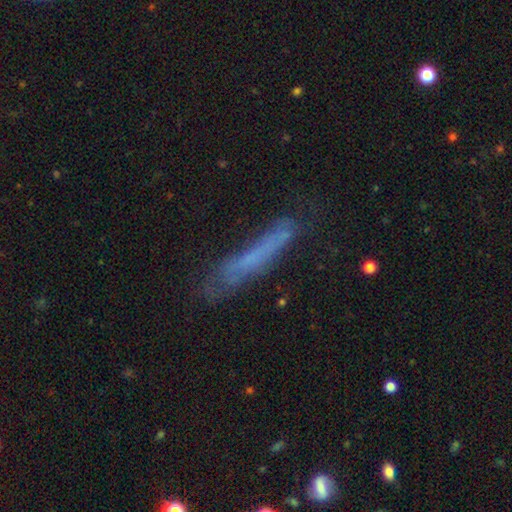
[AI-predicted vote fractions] smooth-or-featured: smooth: 51% | featured or disk: 37% | star or artifact: 12%
  how-rounded: cigar-shaped: 91% | in between: 7% | round: 2%
  merging: none: 61% | minor disturbance: 24% | major disturbance: 12% | merger: 3%